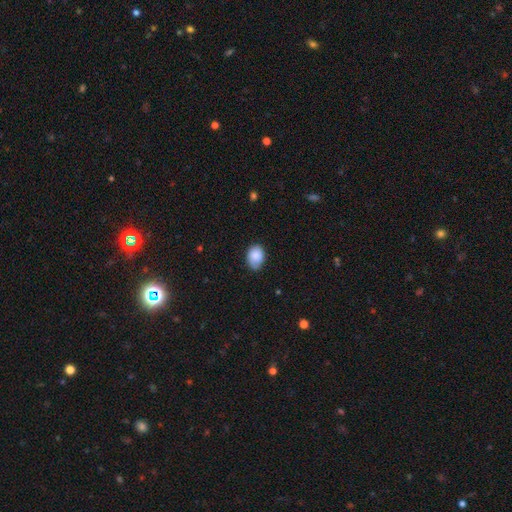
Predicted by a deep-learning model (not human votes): A smooth galaxy with no disk features (84%) that is in between round and cigar-shaped (72%).

Vote fractions:
- Smooth or featured? smooth: 84% / featured or disk: 8% / star or artifact: 8%
- How rounded? in between: 72% / round: 27% / cigar-shaped: 1%
- Merging? none: 66% / minor disturbance: 28% / major disturbance: 4% / merger: 2%